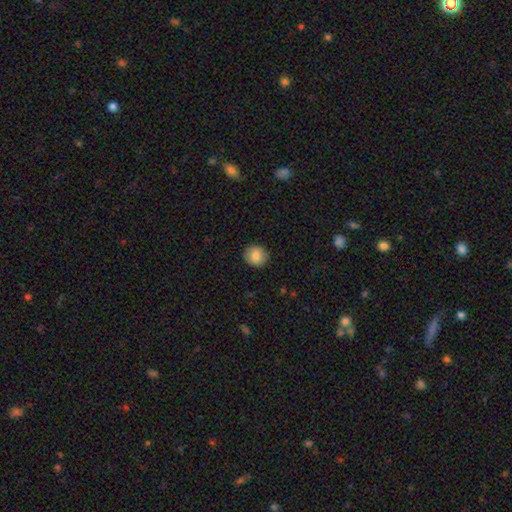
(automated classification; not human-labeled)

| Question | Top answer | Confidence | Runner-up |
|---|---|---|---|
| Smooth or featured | smooth | 85% | star or artifact (8%) |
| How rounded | round | 84% | in between (16%) |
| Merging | none | 90% | minor disturbance (7%) |